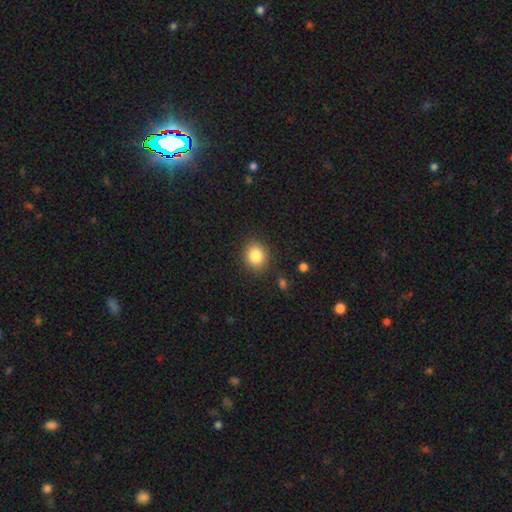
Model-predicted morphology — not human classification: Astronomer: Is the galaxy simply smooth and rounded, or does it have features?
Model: smooth — 84%.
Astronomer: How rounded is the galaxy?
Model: round — 72%.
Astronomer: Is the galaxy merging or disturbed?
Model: none — 87%.